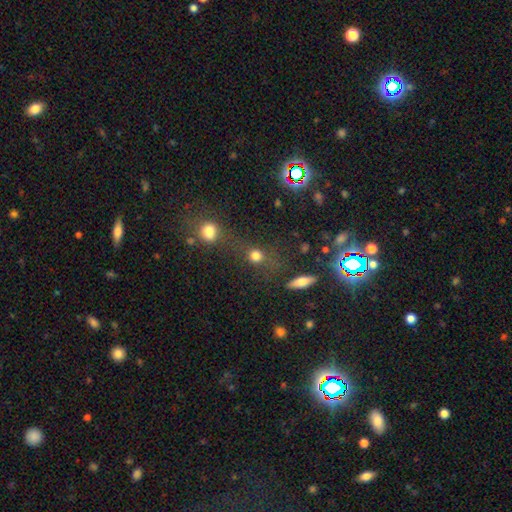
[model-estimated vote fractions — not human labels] A smooth galaxy with no disk features (74%) that is round (80%). Merging: none (56%).